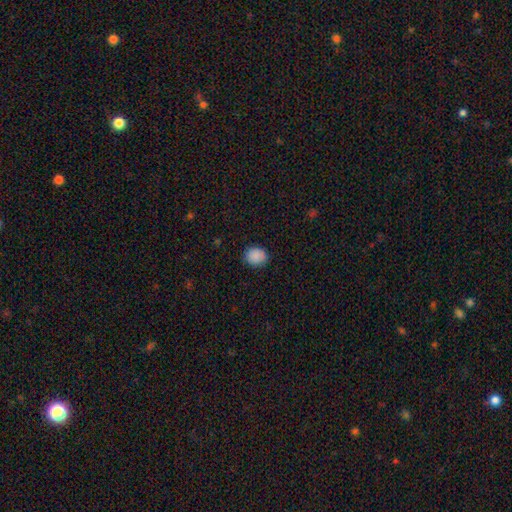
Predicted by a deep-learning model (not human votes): A smooth galaxy with no disk features (88%) that is round (56%). Merging: none (83%).